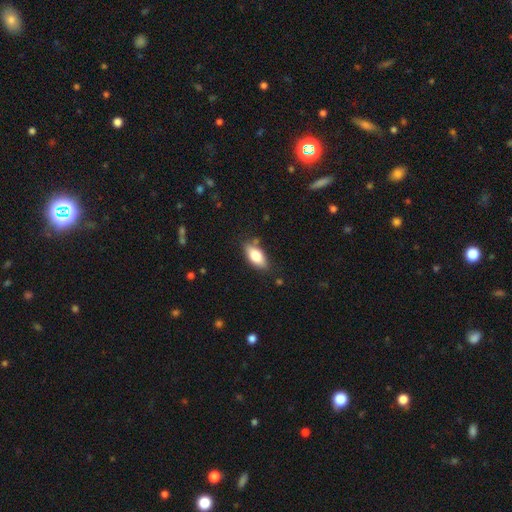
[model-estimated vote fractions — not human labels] smooth_or_featured: smooth (p=0.77) [alt: featured or disk p=0.16]
how_rounded: in between (p=0.86) [alt: cigar-shaped p=0.11]
merging: none (p=0.79) [alt: minor disturbance p=0.15]